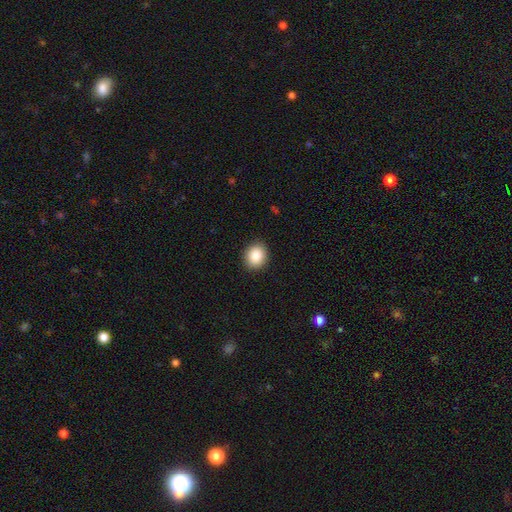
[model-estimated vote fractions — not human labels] Smooth or featured?
  - smooth: 86% *
  - star or artifact: 9%
  - featured or disk: 5%
How rounded?
  - round: 70% *
  - in between: 29%
  - cigar-shaped: 1%
Merging?
  - none: 90% *
  - minor disturbance: 7%
  - major disturbance: 2%
  - merger: 1%